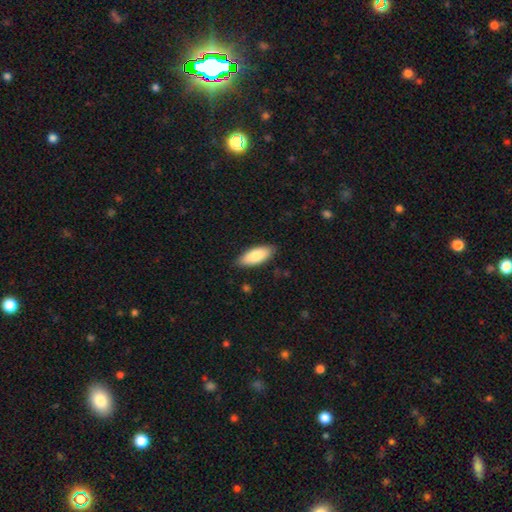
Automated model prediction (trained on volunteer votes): Smooth or featured?
  - smooth: 85% *
  - featured or disk: 10%
  - star or artifact: 6%
How rounded?
  - in between: 81% *
  - cigar-shaped: 17%
  - round: 2%
Merging?
  - none: 85% *
  - minor disturbance: 12%
  - major disturbance: 2%
  - merger: 1%